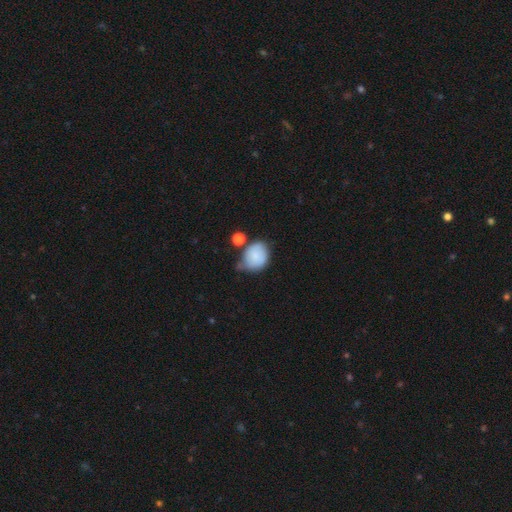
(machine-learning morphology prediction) Smooth or featured? Predicted: smooth (p=0.80). How rounded? Predicted: round (p=0.57). Merging? Predicted: minor disturbance (p=0.36, tied with none).